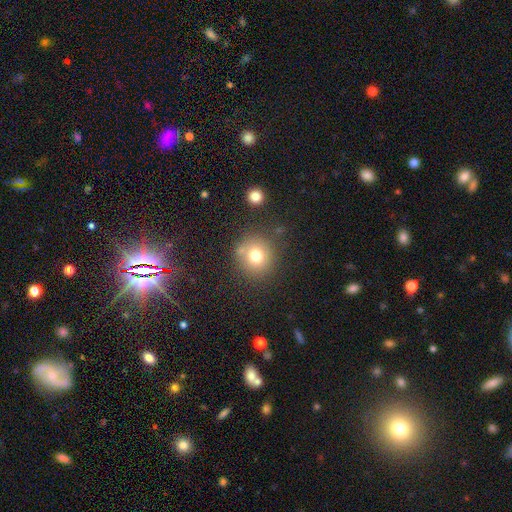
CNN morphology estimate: Smooth or featured? smooth (75%)
How rounded? round (90%)
Merging? none (77%)